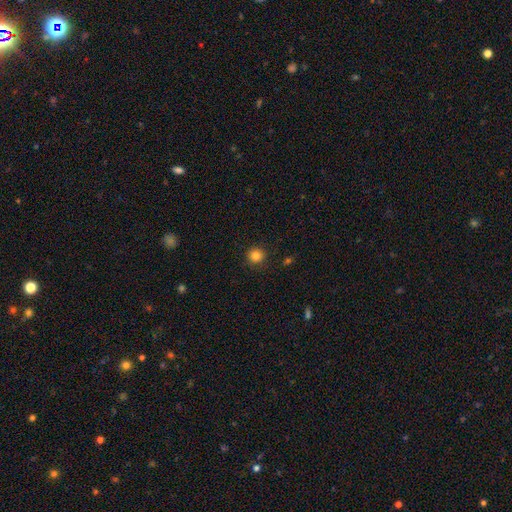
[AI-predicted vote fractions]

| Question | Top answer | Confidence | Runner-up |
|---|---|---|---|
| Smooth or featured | smooth | 83% | star or artifact (12%) |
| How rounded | round | 94% | in between (5%) |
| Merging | none | 91% | minor disturbance (6%) |